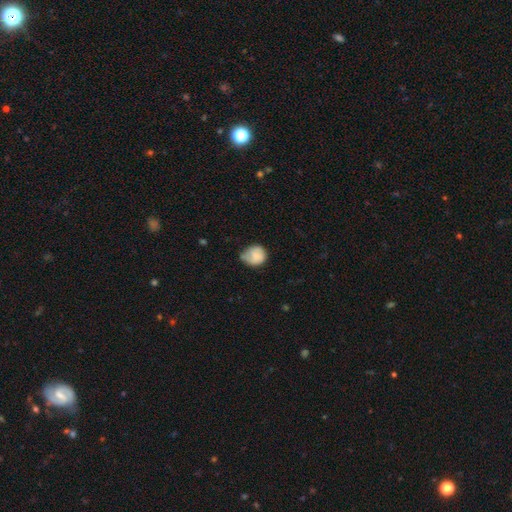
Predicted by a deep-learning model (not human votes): Smooth or featured?
  - smooth: 74% *
  - featured or disk: 19%
  - star or artifact: 8%
How rounded?
  - round: 71% *
  - in between: 28%
  - cigar-shaped: 1%
Merging?
  - none: 45% *
  - minor disturbance: 41%
  - major disturbance: 11%
  - merger: 3%